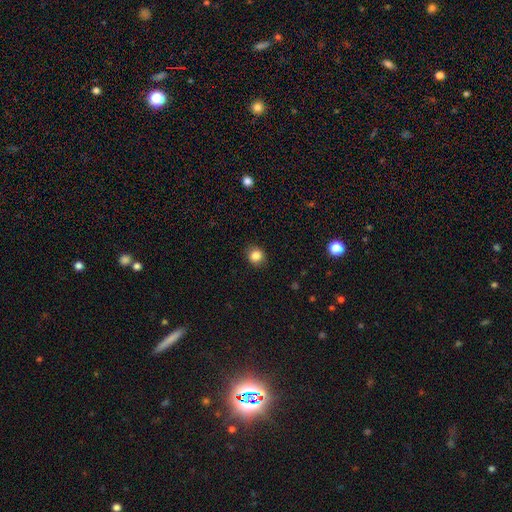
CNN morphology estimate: smooth_or_featured: smooth (p=0.85) [alt: star or artifact p=0.11]
how_rounded: round (p=0.85) [alt: in between p=0.15]
merging: none (p=0.89) [alt: minor disturbance p=0.08]